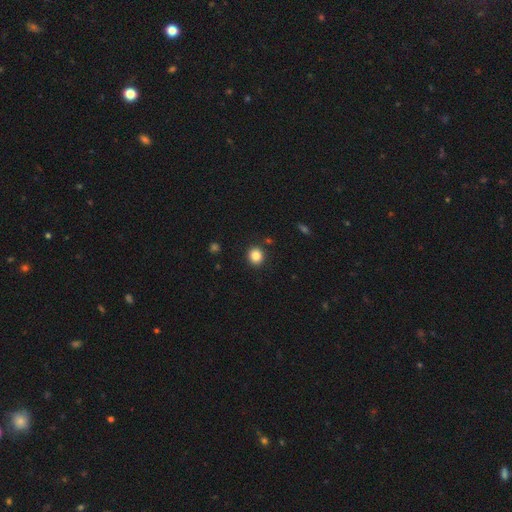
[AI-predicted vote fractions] This appears to be a smooth galaxy with no disk features (85%) that is round (86%). Merging: none (90%).